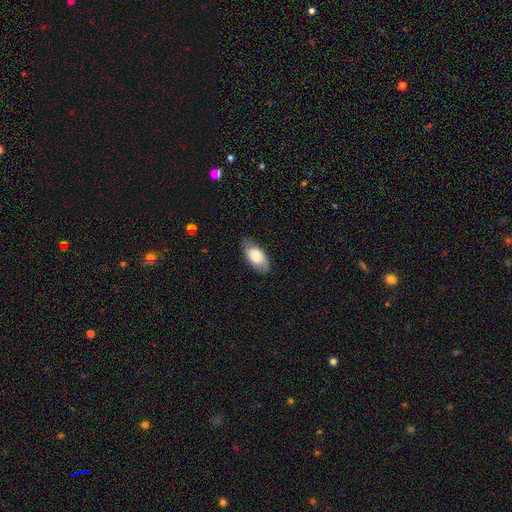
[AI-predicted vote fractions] Smooth or featured: smooth — 59% (featured or disk — 35%)
How rounded: in between — 92% (cigar-shaped — 4%)
Merging: none — 79% (minor disturbance — 16%)